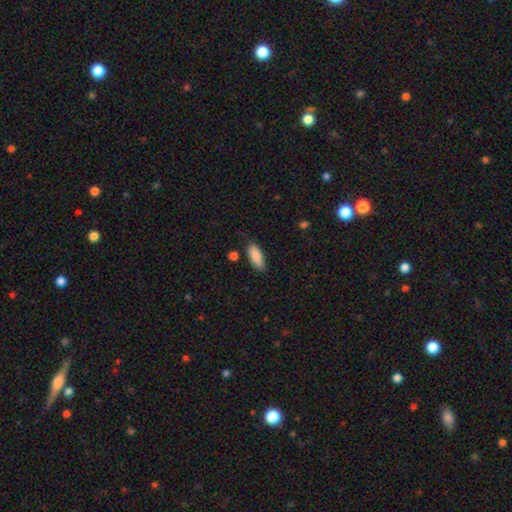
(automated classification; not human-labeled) A smooth galaxy with no disk features (88%) that is in between round and cigar-shaped (77%).

Vote fractions:
- Smooth or featured? smooth: 88% / star or artifact: 6% / featured or disk: 6%
- How rounded? in between: 77% / cigar-shaped: 21% / round: 2%
- Merging? none: 79% / minor disturbance: 16% / major disturbance: 3% / merger: 3%